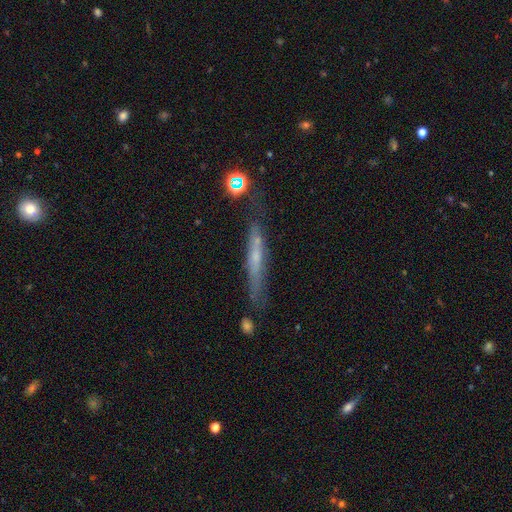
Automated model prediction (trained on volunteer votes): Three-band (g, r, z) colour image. It shows a featured or disk galaxy (53%) viewed edge-on (86%). Merging: none (68%).